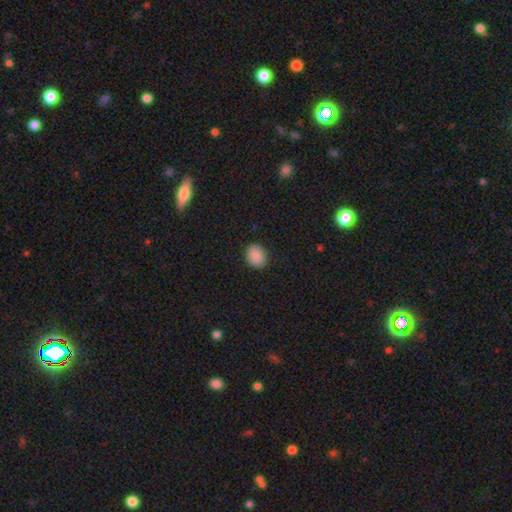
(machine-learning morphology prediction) smooth_or_featured: smooth (p=0.86) [alt: star or artifact p=0.09]
how_rounded: round (p=0.63) [alt: in between p=0.36]
merging: none (p=0.89) [alt: minor disturbance p=0.08]